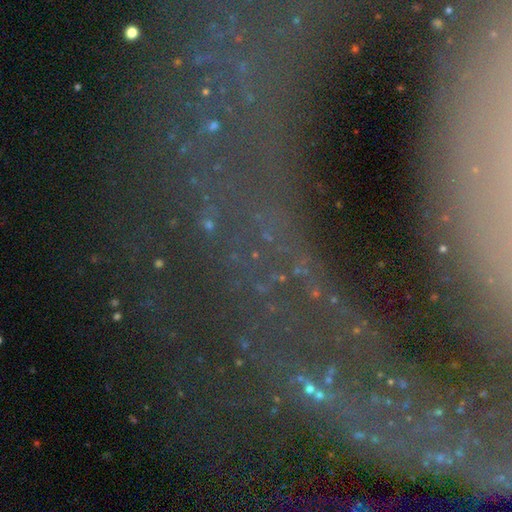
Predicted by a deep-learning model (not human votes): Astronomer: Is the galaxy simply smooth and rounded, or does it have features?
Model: star or artifact — 73%.